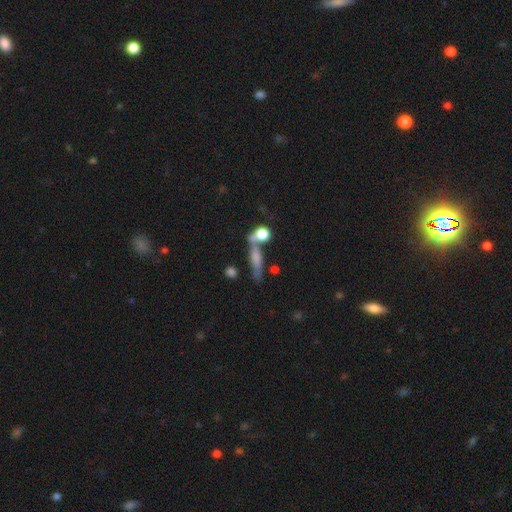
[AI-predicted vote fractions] Overall: smooth (43%; featured or disk 39%). Merging: none (54%; merger 24%).